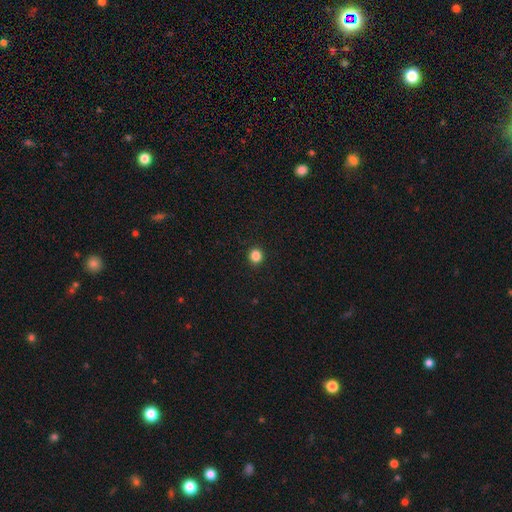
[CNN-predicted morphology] smooth_or_featured: smooth (p=0.84) [alt: star or artifact p=0.12]
how_rounded: round (p=0.90) [alt: in between p=0.09]
merging: none (p=0.93) [alt: minor disturbance p=0.05]